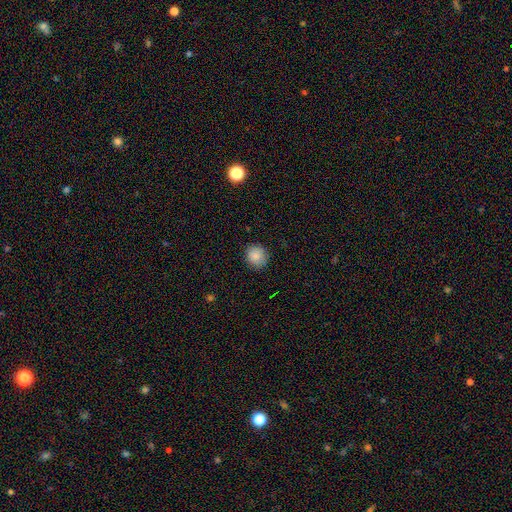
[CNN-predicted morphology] Smooth or featured? smooth (86%)
How rounded? round (89%)
Merging? none (88%)